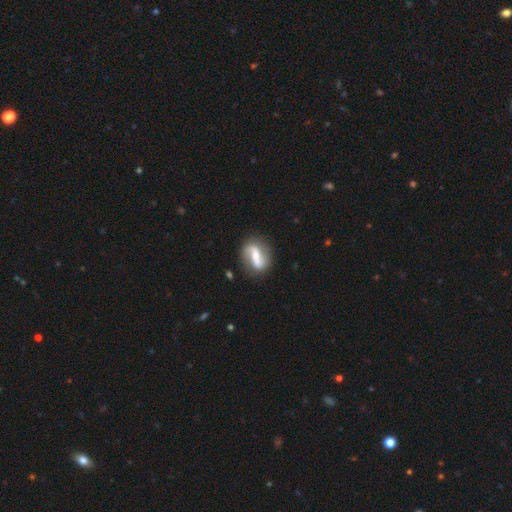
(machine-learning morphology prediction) type=featured or disk (77%); edge-on=no (95%); bar=strong (43%); spiral arms=yes (89%); winding=loose (62%); arm count=2 (87%); bulge=moderate (48%); merging=none (76%).